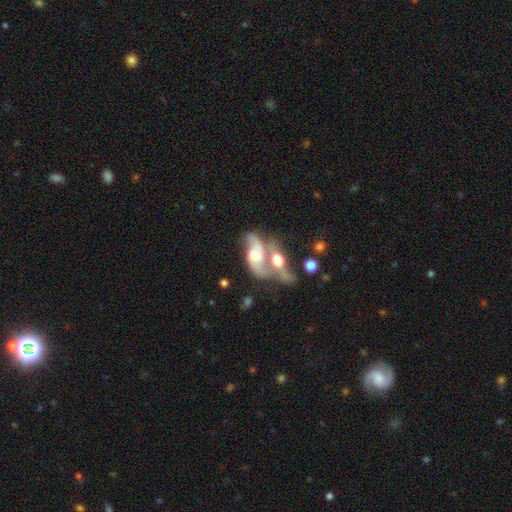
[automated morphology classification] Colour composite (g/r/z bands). It shows a featured or disk galaxy (72%) with no bar (57%), 2 (83%) loose (56%) spiral arms (86%) and a moderate central bulge (55%). Merging: merger (69%).